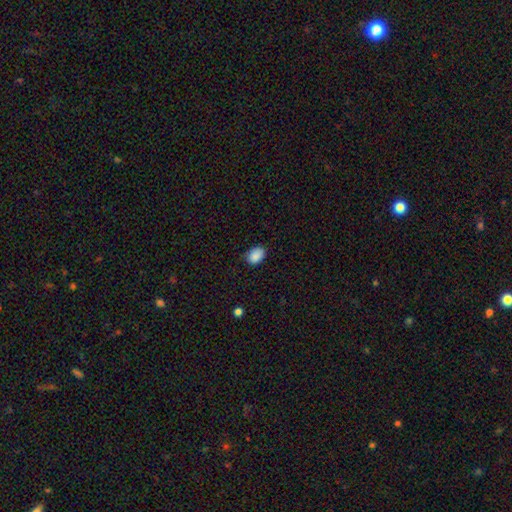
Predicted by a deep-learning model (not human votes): A smooth galaxy with no disk features (89%) that is in between round and cigar-shaped (78%).

Vote fractions:
- Smooth or featured? smooth: 89% / star or artifact: 8% / featured or disk: 4%
- How rounded? in between: 78% / round: 21% / cigar-shaped: 1%
- Merging? none: 76% / minor disturbance: 19% / major disturbance: 3% / merger: 1%